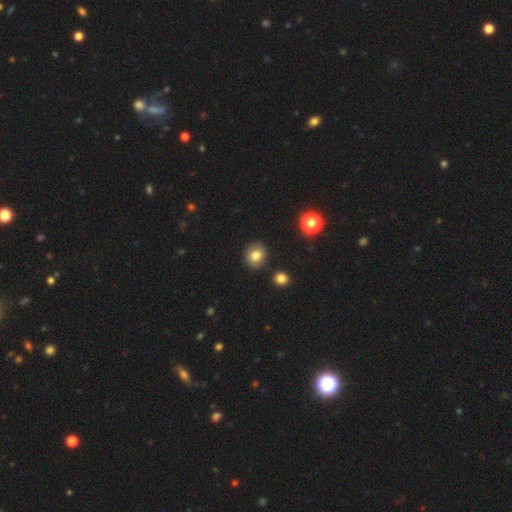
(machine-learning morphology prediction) smooth_or_featured: smooth (p=0.80) [alt: star or artifact p=0.11]
how_rounded: round (p=0.79) [alt: in between p=0.20]
merging: none (p=0.87) [alt: minor disturbance p=0.07]